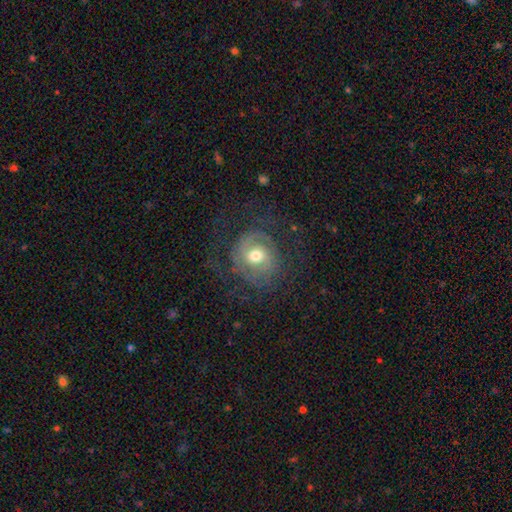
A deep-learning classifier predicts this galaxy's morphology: A featured or disk galaxy (68%) with no bar (63%), 2 (46%) tight (43%) spiral arms (83%) and a moderate central bulge (72%). Merging: none (63%).